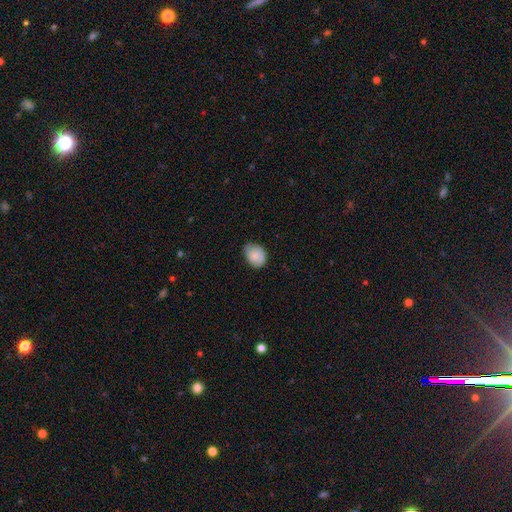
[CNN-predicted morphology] This appears to be a smooth galaxy with no disk features (83%) that is in between round and cigar-shaped (68%). Merging: none (66%).